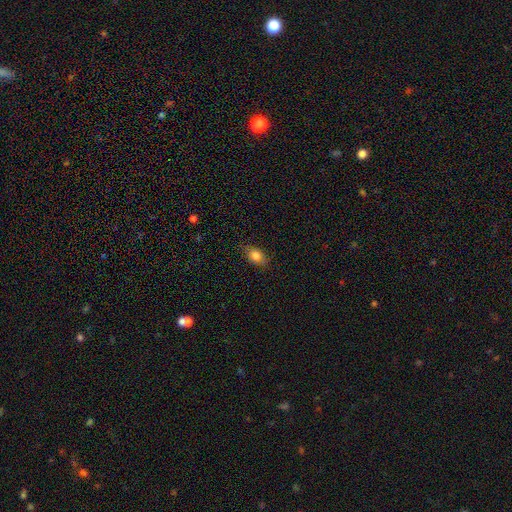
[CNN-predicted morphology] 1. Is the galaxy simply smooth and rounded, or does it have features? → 81% smooth, 9% featured or disk, 9% star or artifact.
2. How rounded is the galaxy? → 77% in between, 20% round, 3% cigar-shaped.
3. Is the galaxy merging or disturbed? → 79% none, 16% minor disturbance, 3% major disturbance, 1% merger.